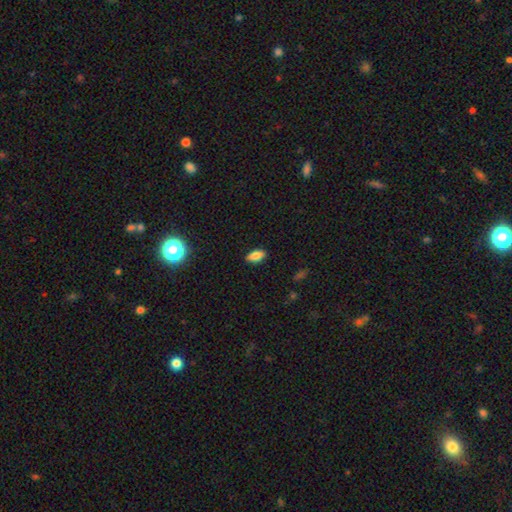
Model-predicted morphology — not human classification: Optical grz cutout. It shows a smooth galaxy with no disk features (79%) that is in between round and cigar-shaped (86%). Merging: none (88%).